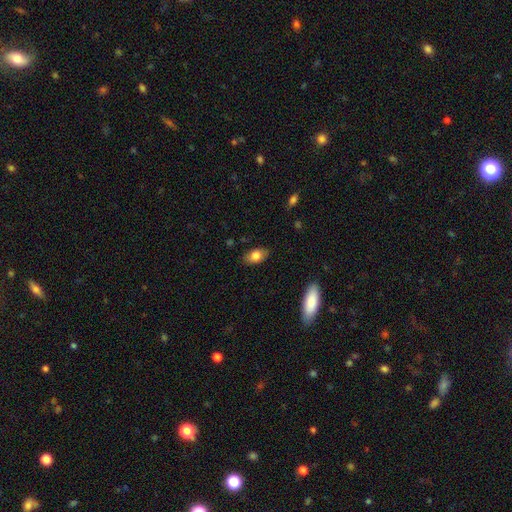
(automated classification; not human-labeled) Smooth or featured?
  - smooth: 79% *
  - featured or disk: 14%
  - star or artifact: 7%
How rounded?
  - in between: 89% *
  - round: 8%
  - cigar-shaped: 3%
Merging?
  - none: 83% *
  - minor disturbance: 13%
  - major disturbance: 3%
  - merger: 1%